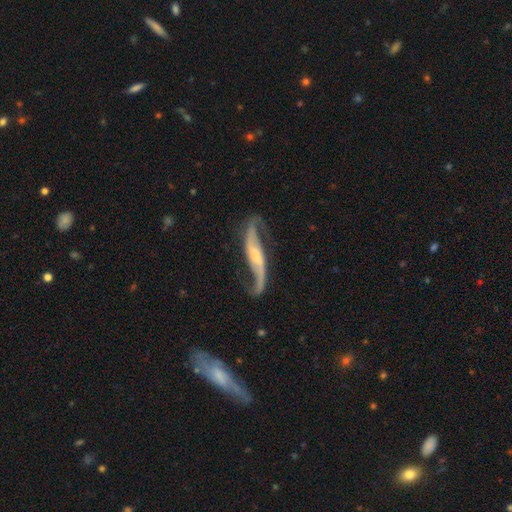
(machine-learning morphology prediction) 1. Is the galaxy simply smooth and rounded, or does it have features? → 88% featured or disk, 7% smooth, 5% star or artifact.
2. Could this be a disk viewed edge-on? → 81% no, 19% yes.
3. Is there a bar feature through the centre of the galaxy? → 37% weak, 36% no, 27% strong.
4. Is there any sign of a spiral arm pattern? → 96% yes, 4% no.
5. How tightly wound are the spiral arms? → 80% loose, 16% medium, 4% tight.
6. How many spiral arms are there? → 93% 2, 2% 1, 2% can't tell, 1% 3, 1% 4, 1% more than 4.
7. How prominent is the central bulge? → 39% small, 33% moderate, 18% none, 8% large, 2% dominant.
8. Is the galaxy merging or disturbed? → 70% none, 17% minor disturbance, 10% major disturbance, 3% merger.